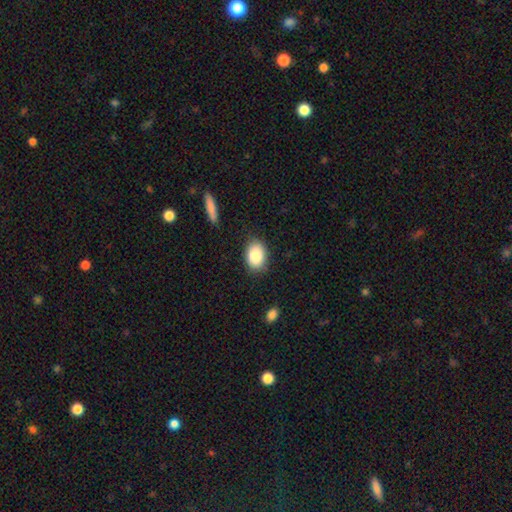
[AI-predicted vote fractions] Smooth or featured?
  - smooth: 85% *
  - featured or disk: 8%
  - star or artifact: 7%
How rounded?
  - in between: 81% *
  - round: 18%
  - cigar-shaped: 1%
Merging?
  - none: 83% *
  - minor disturbance: 13%
  - major disturbance: 3%
  - merger: 2%